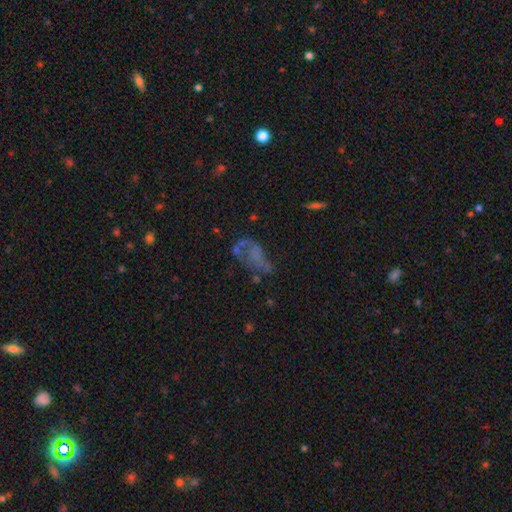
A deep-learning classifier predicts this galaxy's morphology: smooth_or_featured: featured or disk (p=0.49) [alt: smooth p=0.31]
merging: major disturbance (p=0.37) [alt: none p=0.31]